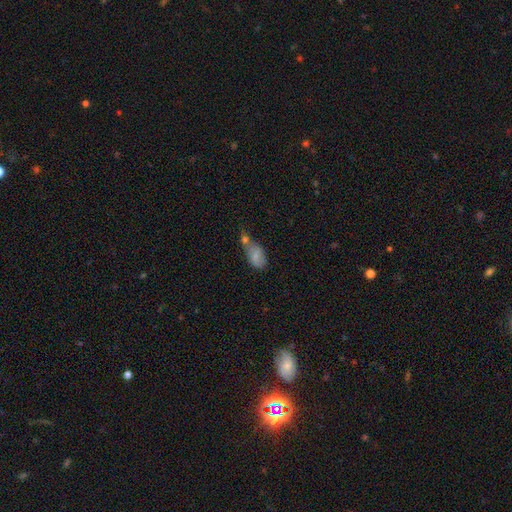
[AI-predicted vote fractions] This is likely a smooth galaxy (72%). How rounded: clearly in between (89%). Merging: possibly merger (52%).